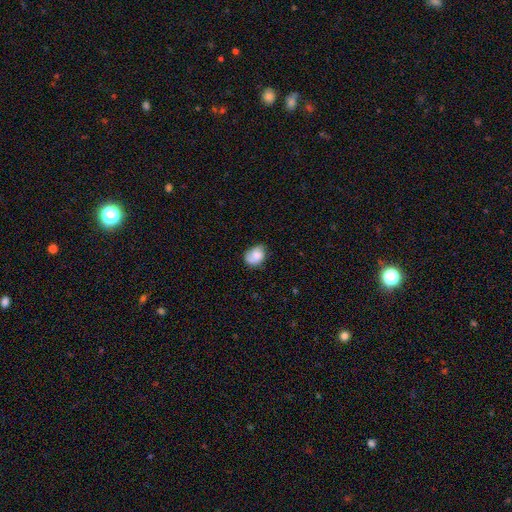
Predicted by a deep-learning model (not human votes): smooth-or-featured: smooth: 71% | featured or disk: 21% | star or artifact: 8%
  how-rounded: in between: 61% | round: 38% | cigar-shaped: 1%
  merging: none: 58% | minor disturbance: 30% | major disturbance: 10% | merger: 2%